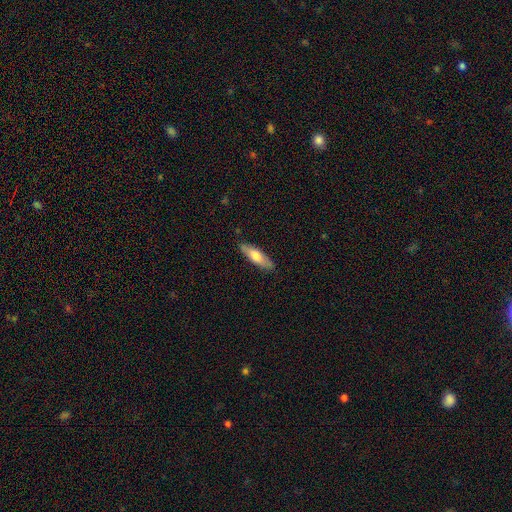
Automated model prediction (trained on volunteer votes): Smooth or featured? Predicted: smooth (p=0.65). How rounded? Predicted: cigar-shaped (p=0.55). Merging? Predicted: none (p=0.87).